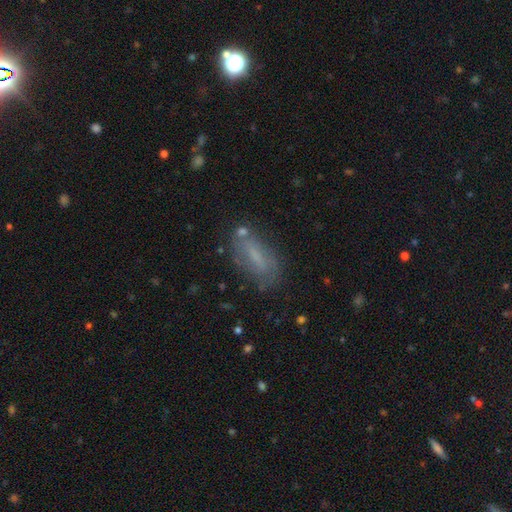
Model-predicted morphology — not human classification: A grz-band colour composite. It shows a smooth galaxy with no disk features (56%) that is in between round and cigar-shaped (69%). Merging: none (66%).